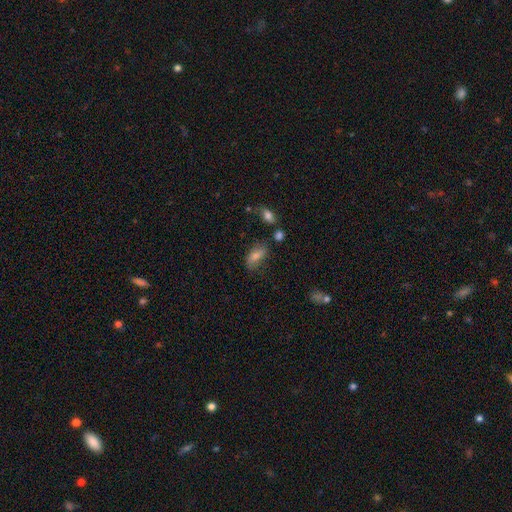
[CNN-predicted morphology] Smooth or featured: smooth — 70% (featured or disk — 19%)
How rounded: in between — 82% (cigar-shaped — 12%)
Merging: none — 63% (minor disturbance — 23%)